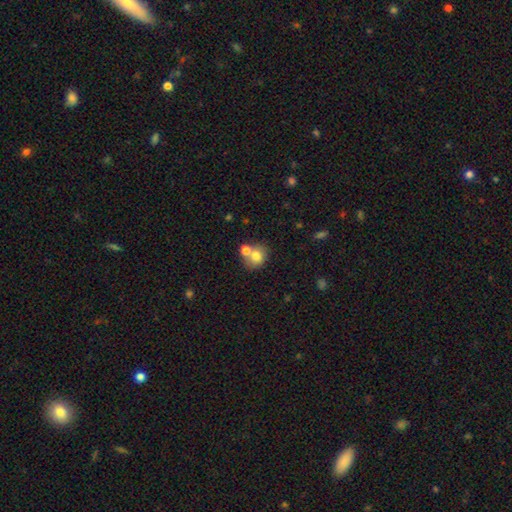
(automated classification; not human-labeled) A smooth galaxy with no disk features (75%) that is round (70%). Merging: none (46%).